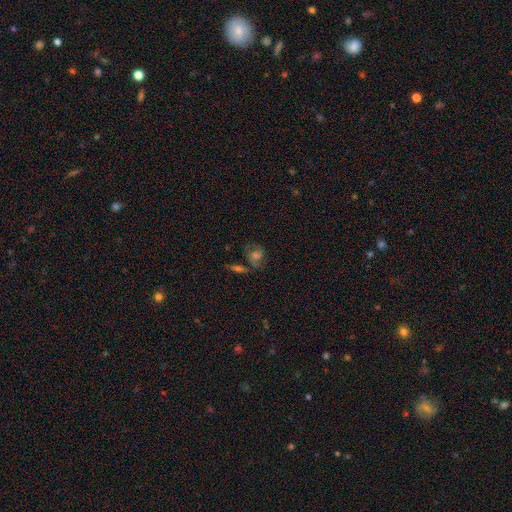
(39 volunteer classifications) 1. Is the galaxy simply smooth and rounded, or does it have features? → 72% featured or disk, 18% smooth, 10% star or artifact.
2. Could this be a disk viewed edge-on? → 96% no, 4% yes.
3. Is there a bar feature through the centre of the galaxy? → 56% weak, 41% no, 4% strong.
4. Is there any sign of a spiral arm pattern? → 85% yes, 15% no.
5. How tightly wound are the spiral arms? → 43% medium, 39% tight, 17% loose.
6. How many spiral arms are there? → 78% 2, 17% can't tell, 4% 1, 0% 3, 0% 4, 0% more than 4.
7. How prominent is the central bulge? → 37% large, 30% small, 26% moderate, 7% none, 0% dominant.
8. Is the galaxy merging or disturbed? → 51% none, 23% minor disturbance, 14% merger, 11% major disturbance.